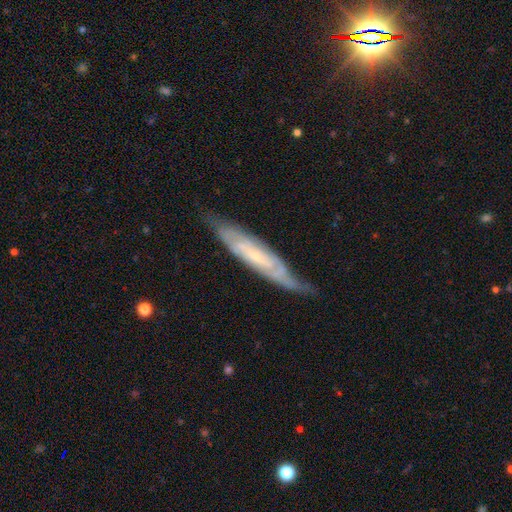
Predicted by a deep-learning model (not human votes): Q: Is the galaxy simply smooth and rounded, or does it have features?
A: featured or disk — 74%.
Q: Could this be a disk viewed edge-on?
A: no — 61%.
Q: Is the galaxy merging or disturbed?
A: none — 70%.